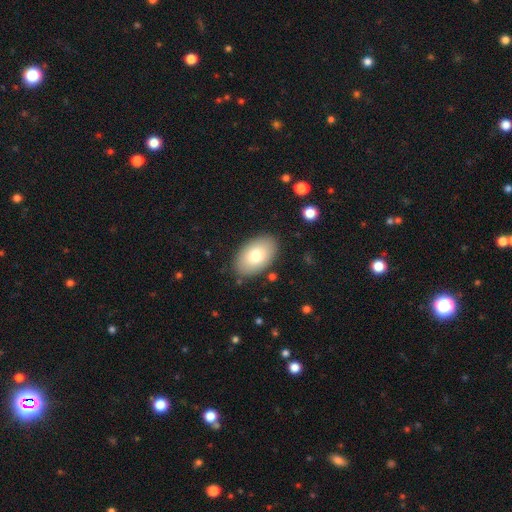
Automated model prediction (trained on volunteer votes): smooth-or-featured: smooth: 77% | featured or disk: 16% | star or artifact: 7%
  how-rounded: in between: 93% | round: 6% | cigar-shaped: 1%
  merging: none: 86% | minor disturbance: 10% | major disturbance: 3% | merger: 2%